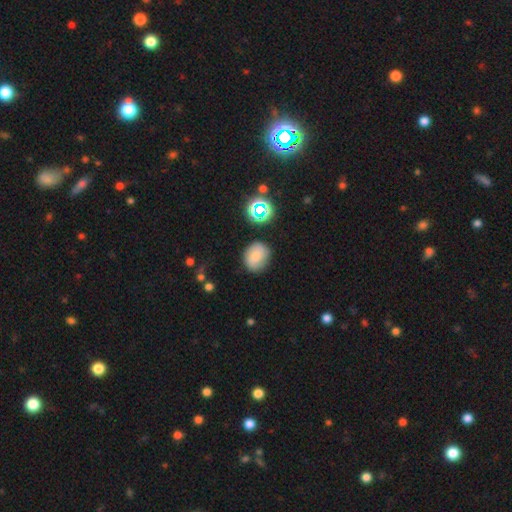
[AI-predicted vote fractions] Morphology: type=smooth (75%); roundness=round (60%); merging=none (77%).